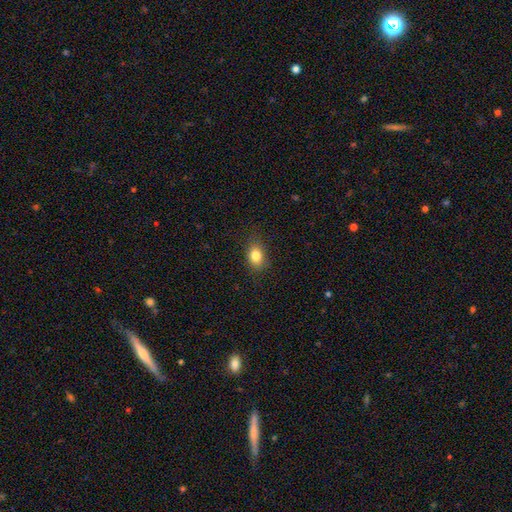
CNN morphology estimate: Smooth or featured? Predicted: smooth (p=0.82). How rounded? Predicted: in between (p=0.68). Merging? Predicted: none (p=0.82).